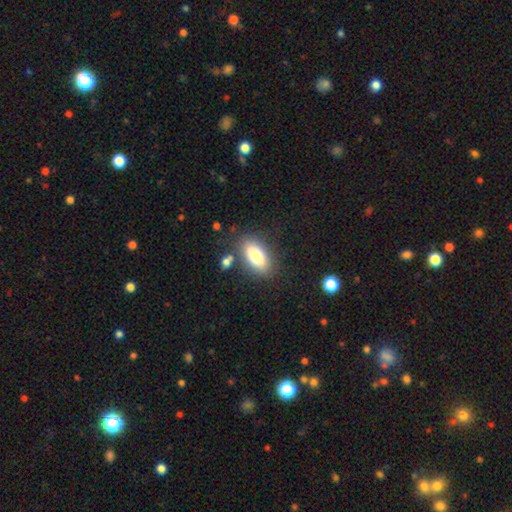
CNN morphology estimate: Smooth or featured: smooth — 79% (featured or disk — 13%)
How rounded: in between — 88% (cigar-shaped — 8%)
Merging: none — 79% (minor disturbance — 12%)